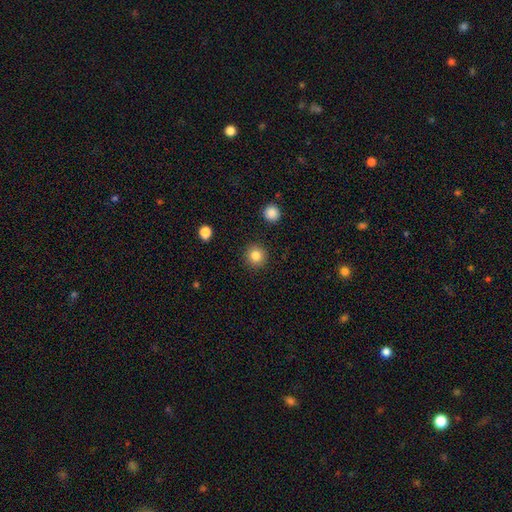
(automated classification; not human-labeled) Q: Smooth or featured?
A: smooth (83%); runner-up: star or artifact (11%)
Q: How rounded?
A: round (94%); runner-up: in between (5%)
Q: Merging?
A: none (91%); runner-up: minor disturbance (5%)